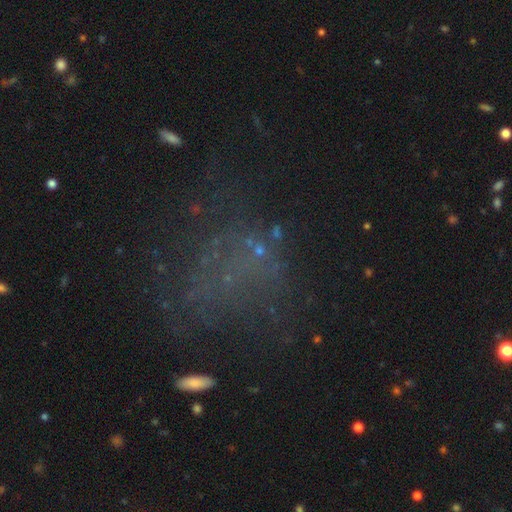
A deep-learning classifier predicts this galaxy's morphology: Q: Smooth or featured?
A: star or artifact (38%); runner-up: featured or disk (35%)